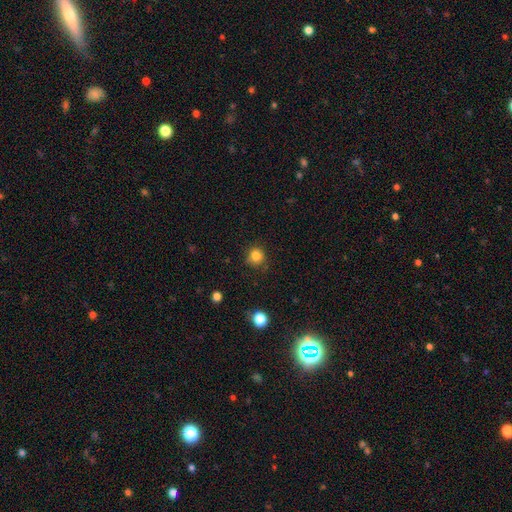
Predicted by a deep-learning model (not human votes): smooth-or-featured: smooth: 83% | star or artifact: 12% | featured or disk: 5%
  how-rounded: round: 90% | in between: 9% | cigar-shaped: 1%
  merging: none: 80% | minor disturbance: 15% | major disturbance: 3% | merger: 2%